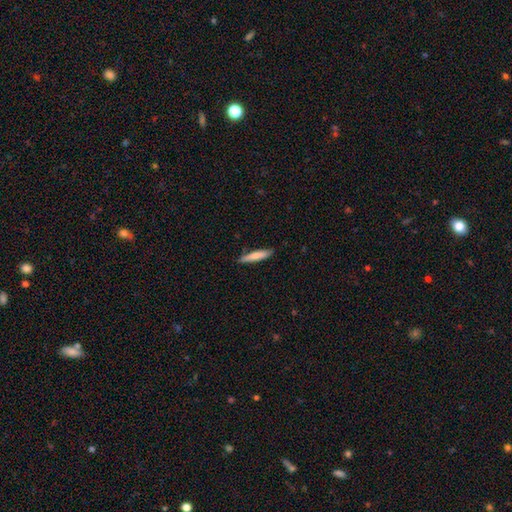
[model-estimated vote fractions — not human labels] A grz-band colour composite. It shows a smooth galaxy with no disk features (75%) that is cigar-shaped (86%). Merging: none (86%).